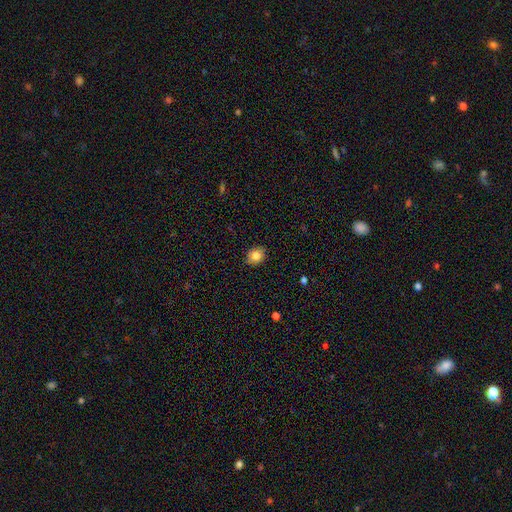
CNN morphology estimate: smooth-or-featured: smooth: 82% | star or artifact: 10% | featured or disk: 8%
  how-rounded: round: 59% | in between: 40% | cigar-shaped: 1%
  merging: none: 87% | minor disturbance: 10% | major disturbance: 2% | merger: 1%